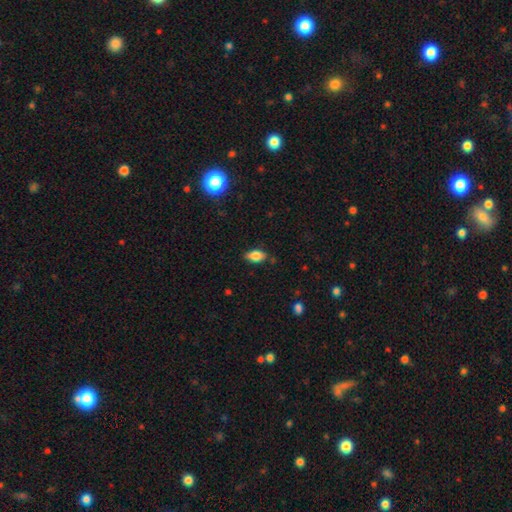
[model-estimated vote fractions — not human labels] This is clearly a smooth galaxy (82%). How rounded: clearly in between (90%). Merging: clearly none (82%).